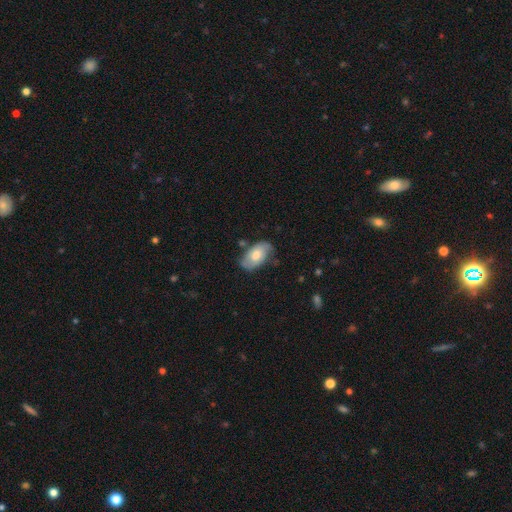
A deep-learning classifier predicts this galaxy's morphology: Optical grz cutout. It shows a smooth galaxy with no disk features (59%) that is in between round and cigar-shaped (94%). Merging: none (67%).